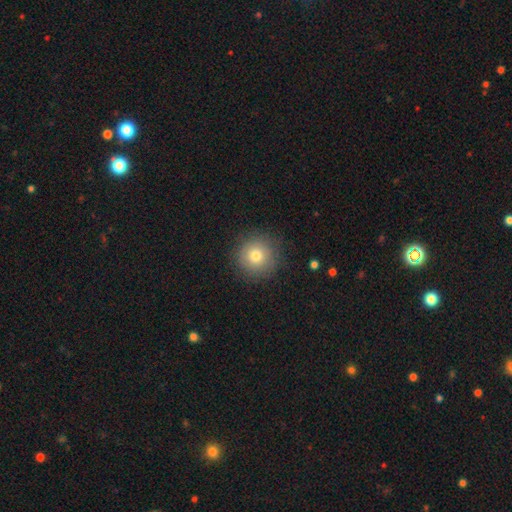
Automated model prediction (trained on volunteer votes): A smooth galaxy with no disk features (76%) that is round (95%).

Vote fractions:
- Smooth or featured? smooth: 76% / featured or disk: 12% / star or artifact: 12%
- How rounded? round: 95% / in between: 4% / cigar-shaped: 1%
- Merging? none: 87% / minor disturbance: 9% / major disturbance: 3% / merger: 1%